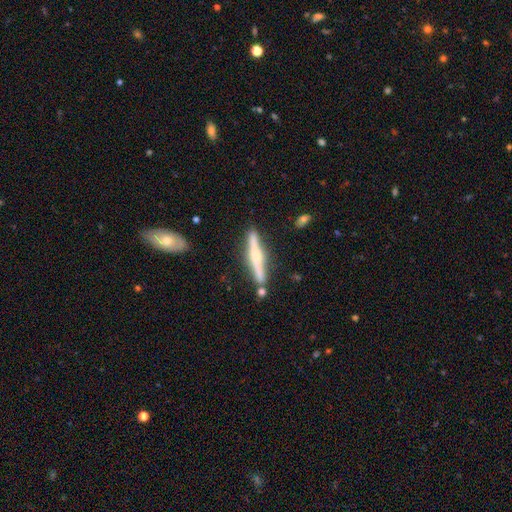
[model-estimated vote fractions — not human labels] smooth_or_featured: featured or disk (p=0.65) [alt: smooth p=0.28]
disk_edge_on: yes (p=0.97) [alt: no p=0.03]
edge_on_bulge: rounded (p=0.73) [alt: boxy p=0.14]
merging: none (p=0.82) [alt: minor disturbance p=0.11]